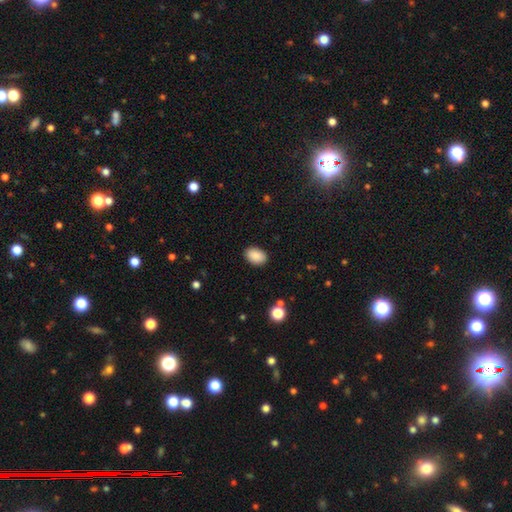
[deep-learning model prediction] smooth_or_featured: smooth (p=0.89) [alt: star or artifact p=0.08]
how_rounded: in between (p=0.85) [alt: round p=0.14]
merging: none (p=0.89) [alt: minor disturbance p=0.08]